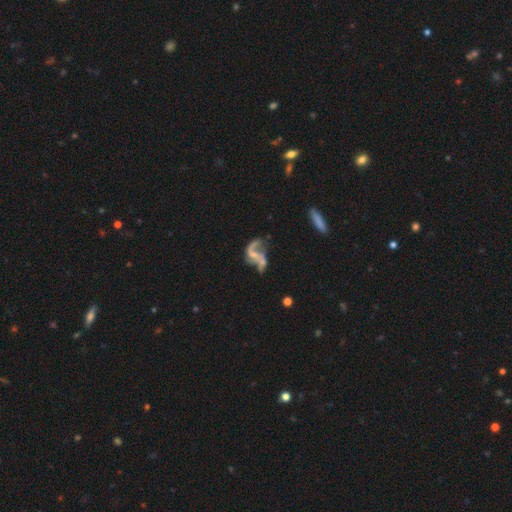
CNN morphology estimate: This is likely a featured or disk galaxy (80%). It is clearly not viewed edge-on (97%). Bar: possibly no (51%). Spiral arm pattern: clearly yes (82%). Spiral arm count: clearly 2 (81%). Spiral winding: likely loose (79%). Central bulge: possibly small (48%). Merging: marginally none (32%).